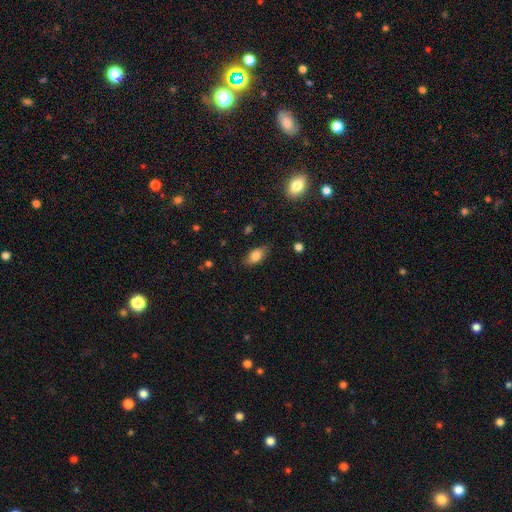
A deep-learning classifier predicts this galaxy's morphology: This appears to be a smooth galaxy with no disk features (81%) that is in between round and cigar-shaped (89%). Merging: none (79%).